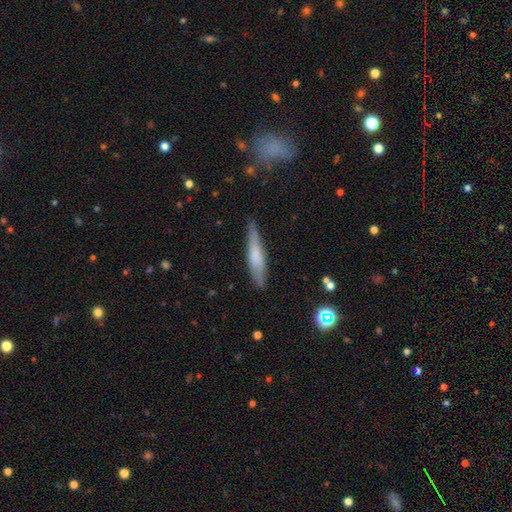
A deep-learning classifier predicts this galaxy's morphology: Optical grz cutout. It shows a smooth galaxy with no disk features (60%) that is cigar-shaped (88%). Merging: none (83%).